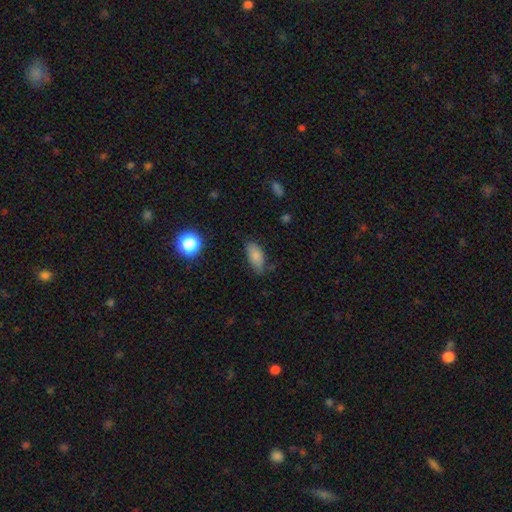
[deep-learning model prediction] smooth_or_featured: smooth (p=0.83) [alt: star or artifact p=0.09]
how_rounded: in between (p=0.89) [alt: cigar-shaped p=0.08]
merging: none (p=0.69) [alt: minor disturbance p=0.24]